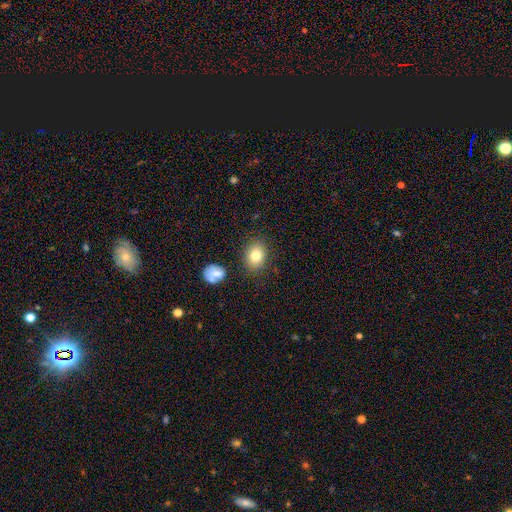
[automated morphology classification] type=smooth (80%); roundness=in between (56%); merging=none (83%).